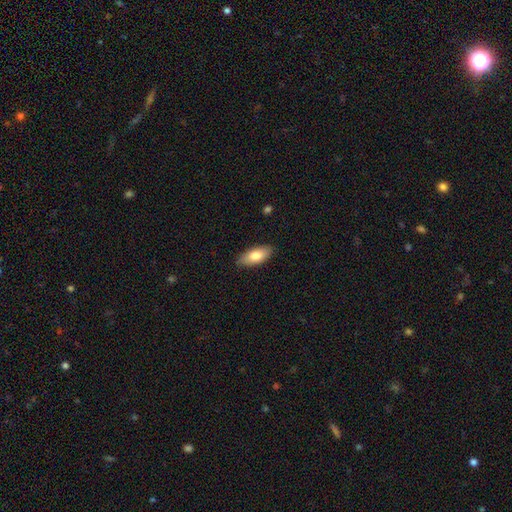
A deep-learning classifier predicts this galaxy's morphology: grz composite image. It shows a smooth galaxy with no disk features (78%) that is in between round and cigar-shaped (86%). Merging: none (87%).